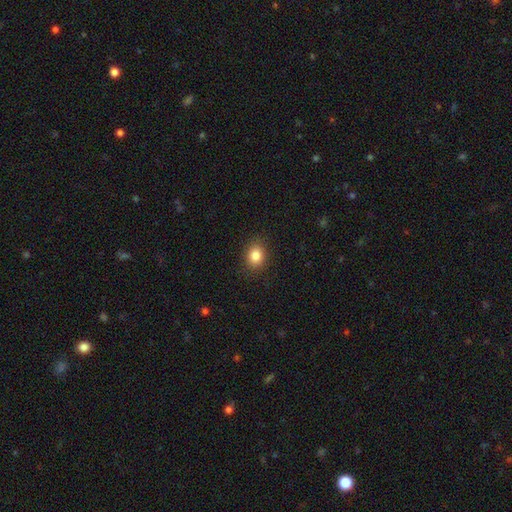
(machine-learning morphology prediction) Q: Smooth or featured?
A: smooth (84%); runner-up: star or artifact (10%)
Q: How rounded?
A: round (53%); runner-up: in between (46%)
Q: Merging?
A: none (88%); runner-up: minor disturbance (9%)